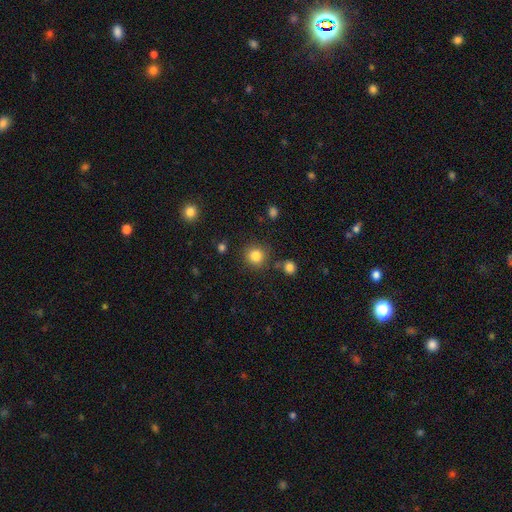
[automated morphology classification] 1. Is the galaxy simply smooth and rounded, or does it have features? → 84% smooth, 11% star or artifact, 5% featured or disk.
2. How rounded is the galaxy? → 91% round, 8% in between, 1% cigar-shaped.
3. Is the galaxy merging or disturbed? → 84% none, 8% minor disturbance, 5% merger, 3% major disturbance.